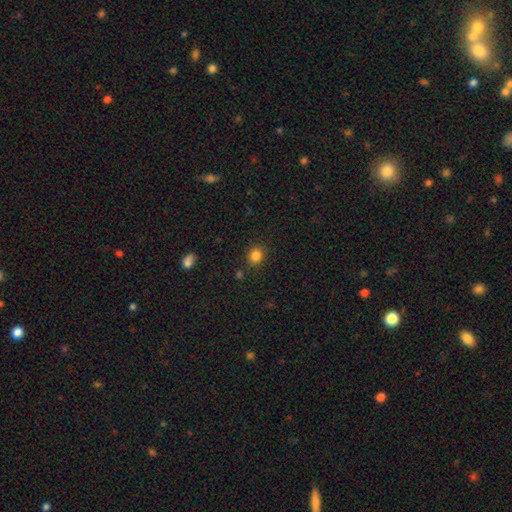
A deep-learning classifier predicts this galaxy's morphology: This is clearly a smooth galaxy (84%). How rounded: likely round (75%). Merging: clearly none (87%).